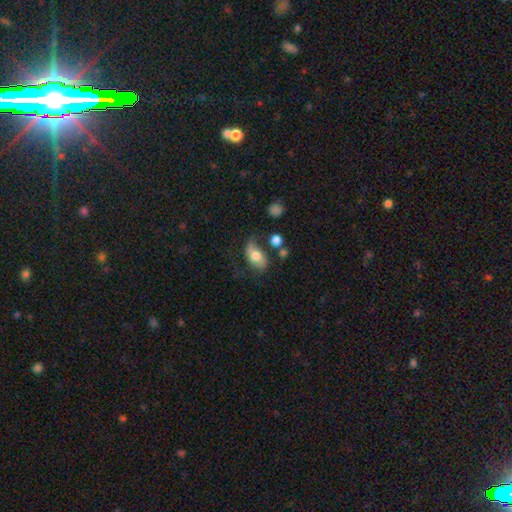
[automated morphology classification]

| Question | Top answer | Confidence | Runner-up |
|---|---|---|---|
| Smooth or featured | smooth | 60% | featured or disk (33%) |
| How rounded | in between | 90% | round (7%) |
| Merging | none | 49% | minor disturbance (27%) |